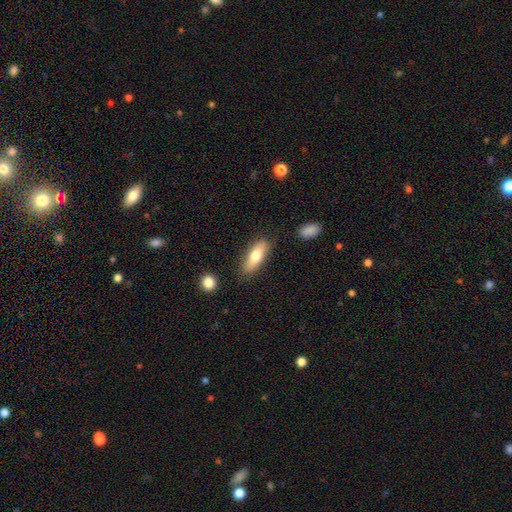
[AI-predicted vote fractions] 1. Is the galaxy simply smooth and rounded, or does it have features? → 73% smooth, 20% featured or disk, 6% star or artifact.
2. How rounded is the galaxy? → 62% in between, 36% cigar-shaped, 2% round.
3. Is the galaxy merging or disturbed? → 79% none, 14% minor disturbance, 3% major disturbance, 3% merger.